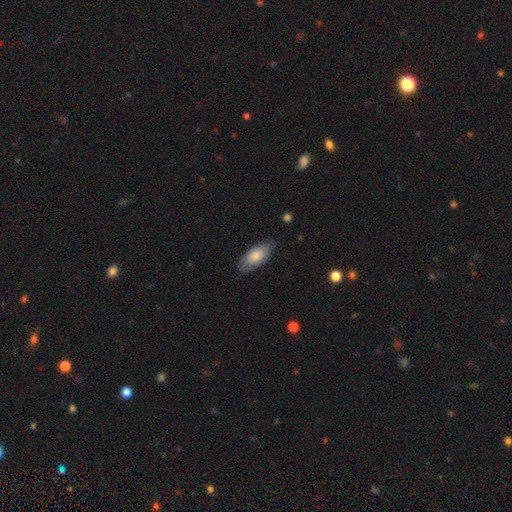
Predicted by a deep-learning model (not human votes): smooth_or_featured: smooth (p=0.79) [alt: featured or disk p=0.16]
how_rounded: in between (p=0.89) [alt: cigar-shaped p=0.09]
merging: none (p=0.75) [alt: minor disturbance p=0.20]